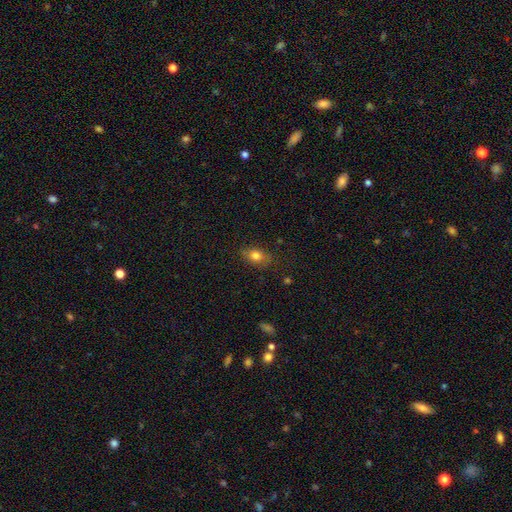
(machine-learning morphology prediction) The model was most divided on "how rounded": in between: 73%, round: 25%, cigar-shaped: 2%. More confident: smooth or featured — smooth (79%); merging — none (78%).